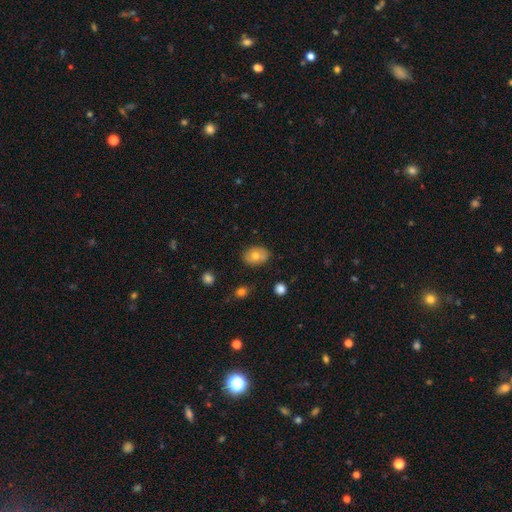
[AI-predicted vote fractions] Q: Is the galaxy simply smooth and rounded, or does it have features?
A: smooth — 72%.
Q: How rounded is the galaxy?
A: in between — 69%.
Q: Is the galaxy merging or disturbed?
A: none — 79%.